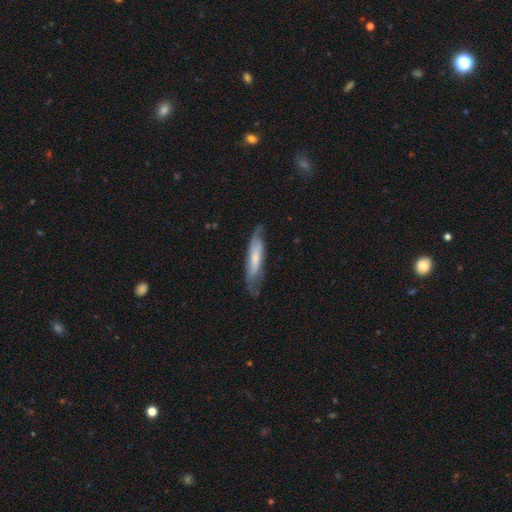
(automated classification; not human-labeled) smooth-or-featured: featured or disk: 49% | smooth: 45% | star or artifact: 6%
  merging: none: 66% | minor disturbance: 24% | major disturbance: 8% | merger: 2%